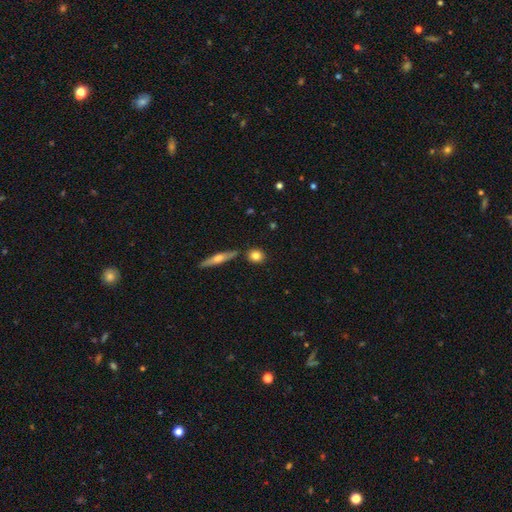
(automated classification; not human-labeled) Morphology: type=smooth (80%); roundness=round (70%); merging=none (80%).